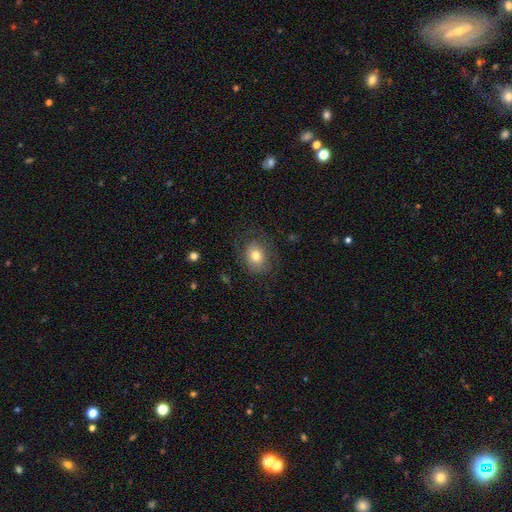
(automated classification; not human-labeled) Morphology: type=smooth (68%); roundness=round (53%); merging=none (68%).